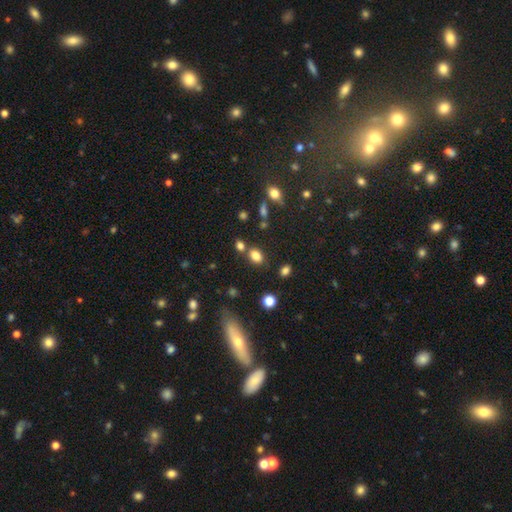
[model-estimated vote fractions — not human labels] smooth_or_featured: smooth (p=0.80) [alt: star or artifact p=0.13]
how_rounded: in between (p=0.75) [alt: round p=0.24]
merging: none (p=0.71) [alt: merger p=0.13]